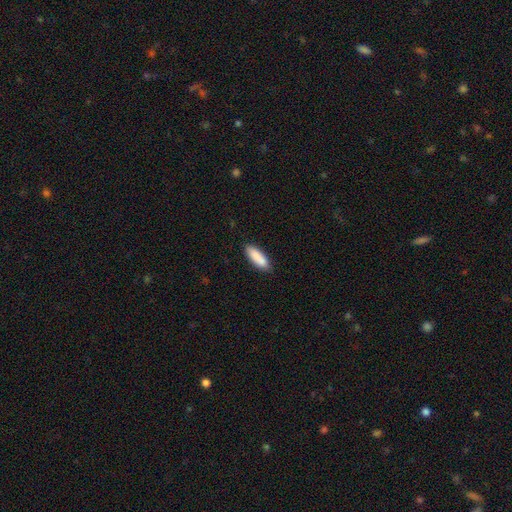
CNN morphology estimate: Q: Smooth or featured?
A: smooth (87%); runner-up: featured or disk (7%)
Q: How rounded?
A: in between (53%); runner-up: cigar-shaped (45%)
Q: Merging?
A: none (84%); runner-up: minor disturbance (12%)